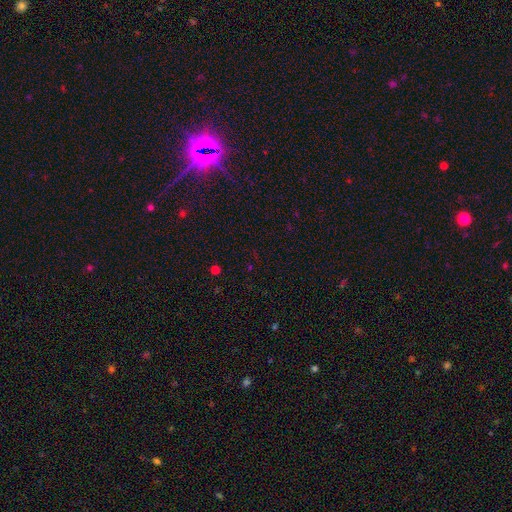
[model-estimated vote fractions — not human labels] smooth-or-featured: star or artifact: 66% | smooth: 27% | featured or disk: 7%